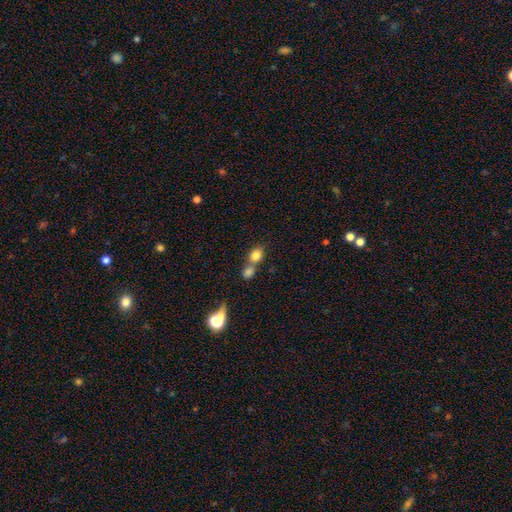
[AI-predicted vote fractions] A smooth galaxy with no disk features (81%) that is round (56%).

Vote fractions:
- Smooth or featured? smooth: 81% / star or artifact: 10% / featured or disk: 9%
- How rounded? round: 56% / in between: 43% / cigar-shaped: 2%
- Merging? merger: 49% / none: 40% / minor disturbance: 8% / major disturbance: 4%